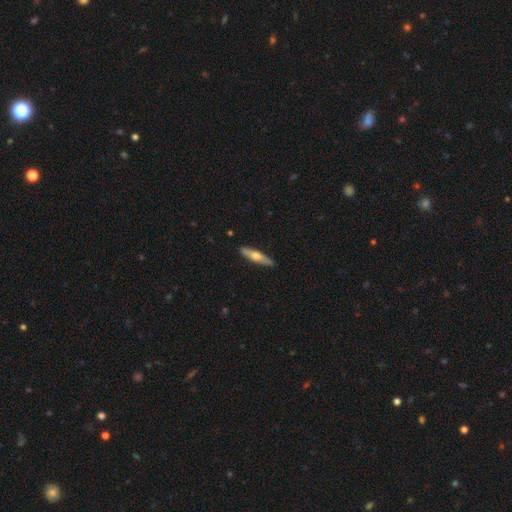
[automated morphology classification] This is possibly a featured or disk galaxy (48%). Merging: clearly none (89%).